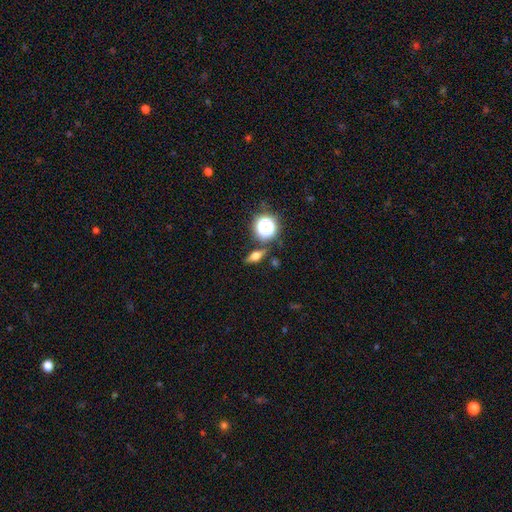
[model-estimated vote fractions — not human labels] smooth_or_featured: smooth (p=0.47) [alt: featured or disk p=0.35]
merging: none (p=0.83) [alt: minor disturbance p=0.10]